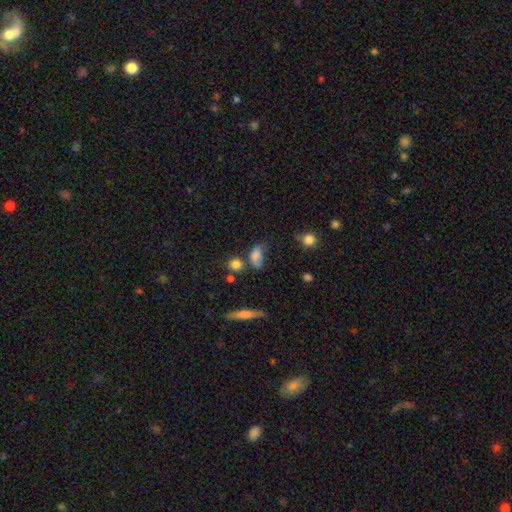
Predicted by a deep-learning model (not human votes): smooth_or_featured: smooth (p=0.76) [alt: featured or disk p=0.12]
how_rounded: in between (p=0.78) [alt: round p=0.14]
merging: none (p=0.39) [alt: minor disturbance p=0.30]